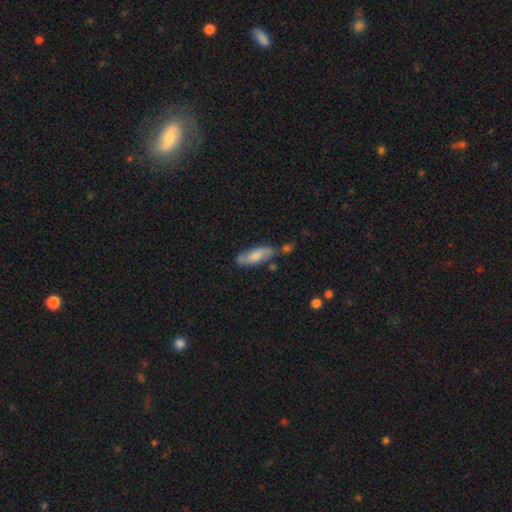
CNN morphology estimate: type=smooth (59%); roundness=in between (64%); merging=none (59%).